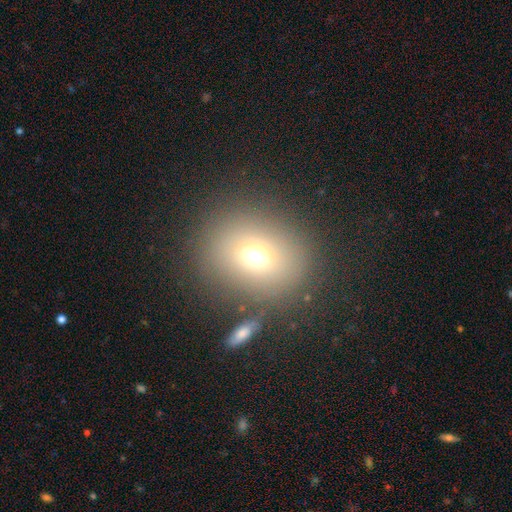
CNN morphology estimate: A smooth galaxy with no disk features (69%) that is round (64%).

Vote fractions:
- Smooth or featured? smooth: 69% / star or artifact: 16% / featured or disk: 14%
- How rounded? round: 64% / in between: 35% / cigar-shaped: 1%
- Merging? none: 78% / minor disturbance: 9% / merger: 8% / major disturbance: 5%